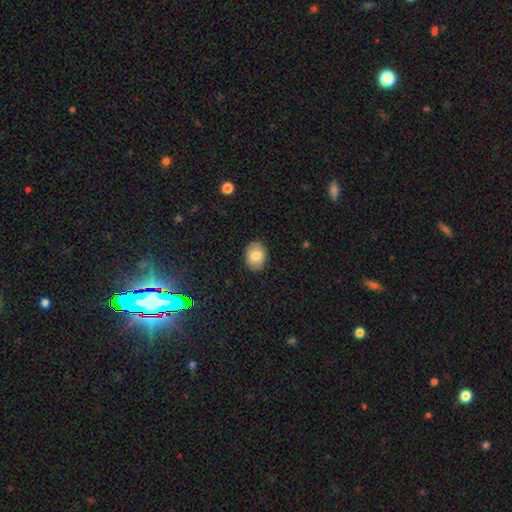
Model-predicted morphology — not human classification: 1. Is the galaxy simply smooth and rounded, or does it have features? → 81% smooth, 11% featured or disk, 8% star or artifact.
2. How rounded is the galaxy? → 64% in between, 35% round, 1% cigar-shaped.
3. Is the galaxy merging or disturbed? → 88% none, 9% minor disturbance, 2% major disturbance, 1% merger.